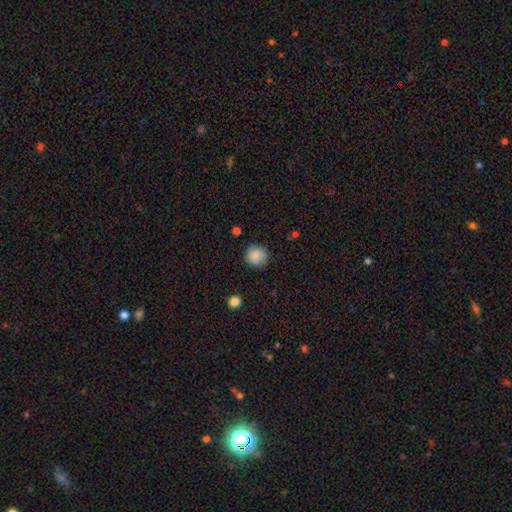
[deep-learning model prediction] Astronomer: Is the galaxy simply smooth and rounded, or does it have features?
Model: smooth — 87%.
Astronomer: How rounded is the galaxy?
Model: round — 91%.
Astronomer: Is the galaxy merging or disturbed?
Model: none — 88%.